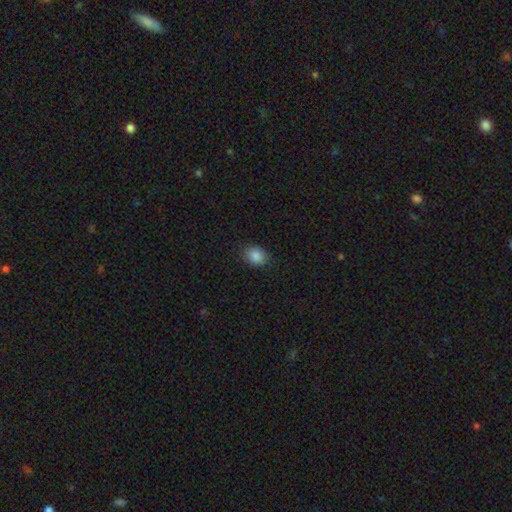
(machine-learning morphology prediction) Smooth or featured?
  - smooth: 87% *
  - star or artifact: 9%
  - featured or disk: 4%
How rounded?
  - in between: 55% *
  - round: 45%
  - cigar-shaped: 1%
Merging?
  - none: 86% *
  - minor disturbance: 10%
  - major disturbance: 3%
  - merger: 1%